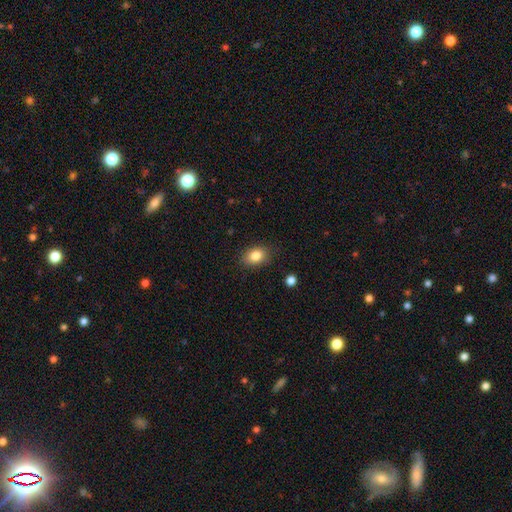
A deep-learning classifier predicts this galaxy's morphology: This appears to be a smooth galaxy with no disk features (84%) that is in between round and cigar-shaped (73%). Merging: none (85%).